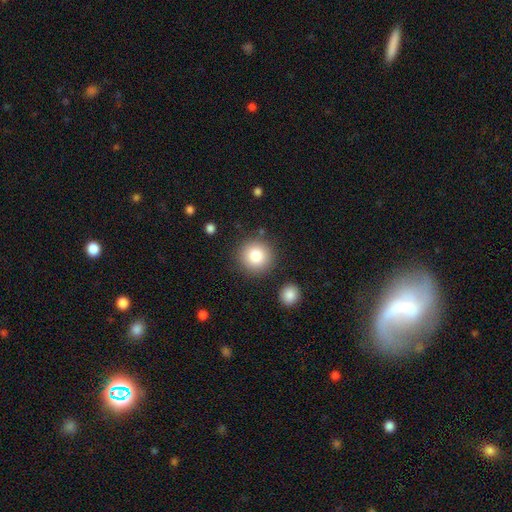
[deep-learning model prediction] Overall: smooth (84%). How rounded: round (94%). Merging: none (86%).